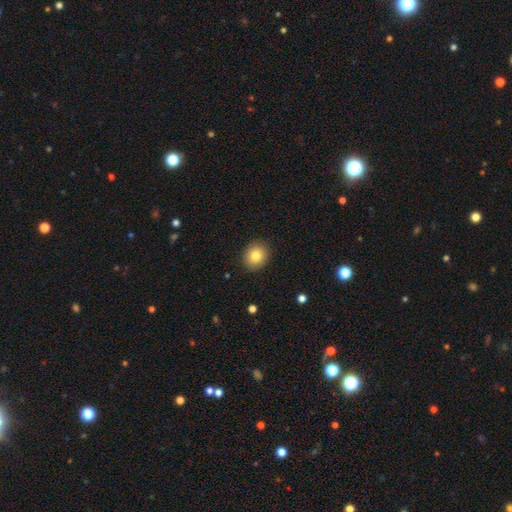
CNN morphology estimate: Smooth or featured?
  - smooth: 82% *
  - star or artifact: 10%
  - featured or disk: 9%
How rounded?
  - round: 73% *
  - in between: 26%
  - cigar-shaped: 1%
Merging?
  - none: 90% *
  - minor disturbance: 7%
  - major disturbance: 2%
  - merger: 1%